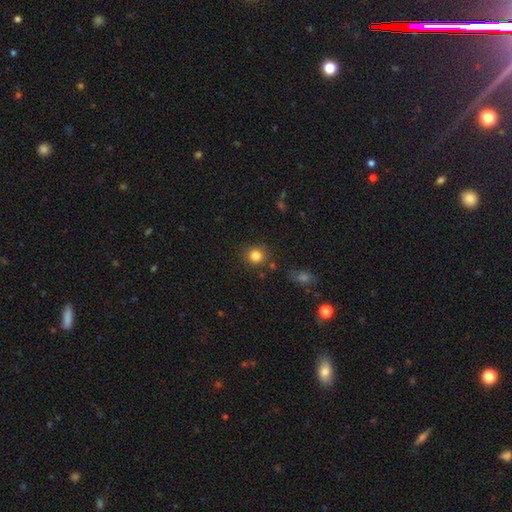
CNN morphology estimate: A smooth galaxy with no disk features (84%) that is round (88%).

Vote fractions:
- Smooth or featured? smooth: 84% / star or artifact: 11% / featured or disk: 5%
- How rounded? round: 88% / in between: 11% / cigar-shaped: 1%
- Merging? none: 83% / minor disturbance: 9% / merger: 5% / major disturbance: 3%